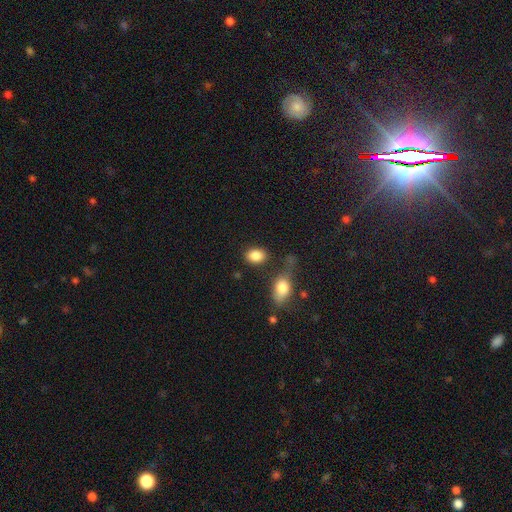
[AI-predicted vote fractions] smooth_or_featured: smooth (p=0.86) [alt: star or artifact p=0.08]
how_rounded: in between (p=0.73) [alt: round p=0.25]
merging: none (p=0.74) [alt: minor disturbance p=0.11]